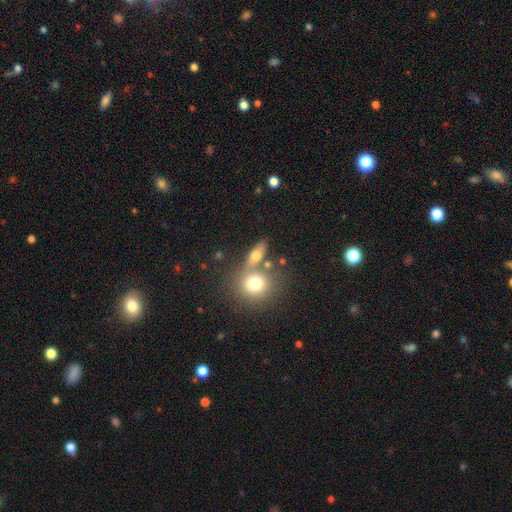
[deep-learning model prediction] Smooth or featured? Predicted: smooth (p=0.69). How rounded? Predicted: in between (p=0.56). Merging? Predicted: none (p=0.54).